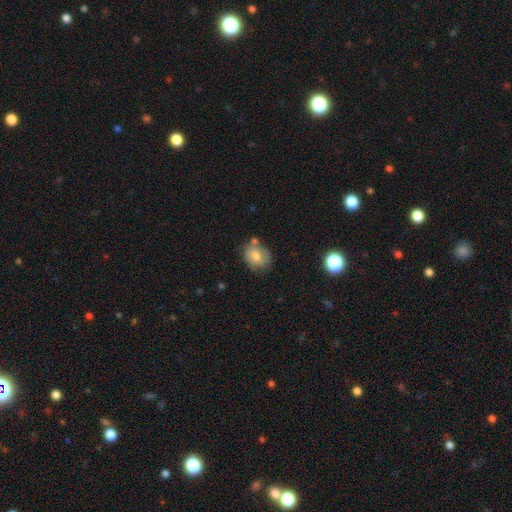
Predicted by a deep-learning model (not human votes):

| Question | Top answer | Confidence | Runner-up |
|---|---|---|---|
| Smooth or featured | smooth | 71% | featured or disk (19%) |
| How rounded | round | 54% | in between (45%) |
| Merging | none | 61% | minor disturbance (21%) |